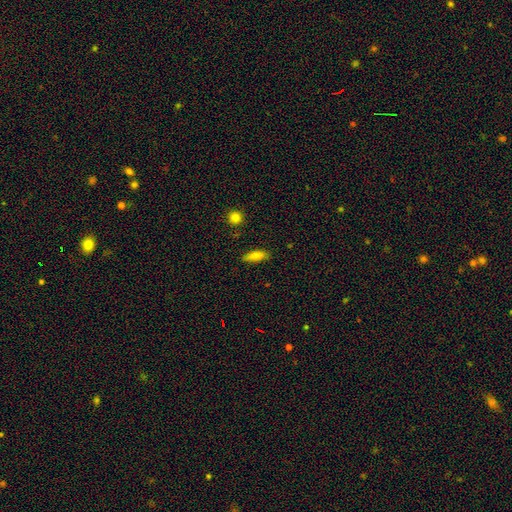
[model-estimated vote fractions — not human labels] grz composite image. It shows a smooth galaxy with no disk features (80%) that is in between round and cigar-shaped (63%). Merging: none (84%).